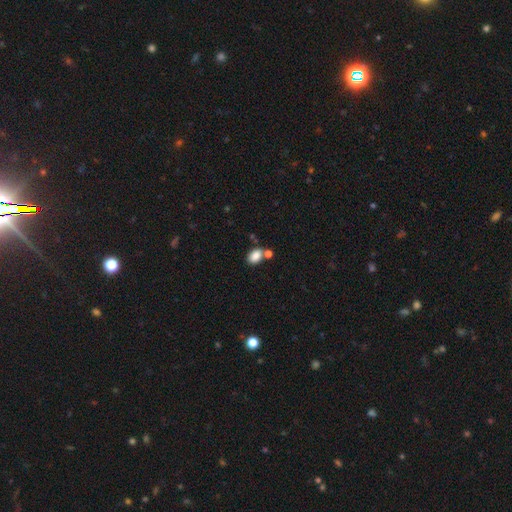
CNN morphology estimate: smooth 85%, star or artifact 9%, featured or disk 6%. Down the decision tree: how rounded — in between (81%); merging — none (58%).